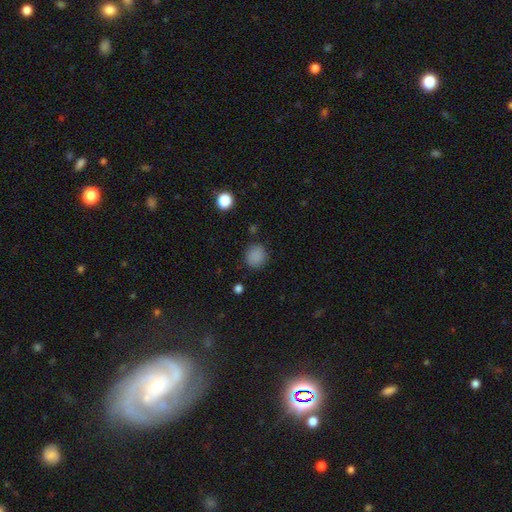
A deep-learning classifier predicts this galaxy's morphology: smooth-or-featured: smooth: 85% | star or artifact: 11% | featured or disk: 4%
  how-rounded: round: 87% | in between: 12% | cigar-shaped: 1%
  merging: none: 85% | minor disturbance: 10% | major disturbance: 3% | merger: 2%